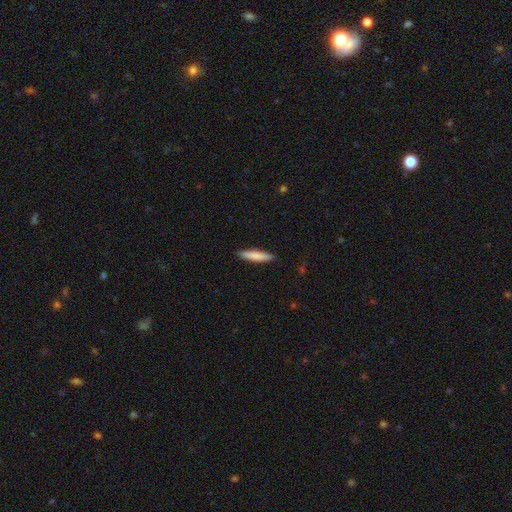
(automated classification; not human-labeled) Smooth or featured: smooth — 81% (featured or disk — 14%)
How rounded: cigar-shaped — 89% (in between — 9%)
Merging: none — 91% (minor disturbance — 7%)